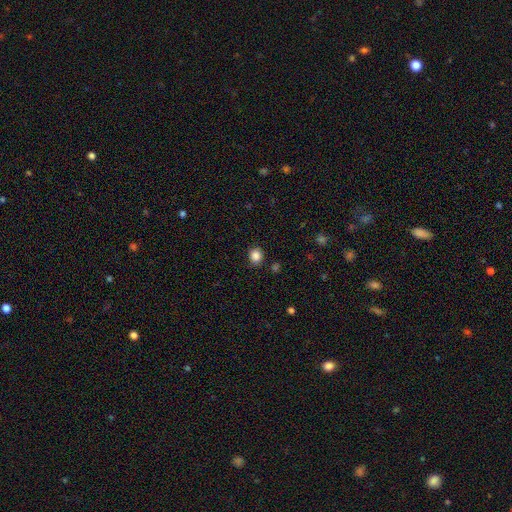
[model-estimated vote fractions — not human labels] Smooth or featured?
  - smooth: 86% *
  - star or artifact: 11%
  - featured or disk: 3%
How rounded?
  - round: 75% *
  - in between: 24%
  - cigar-shaped: 1%
Merging?
  - none: 87% *
  - minor disturbance: 9%
  - major disturbance: 2%
  - merger: 2%